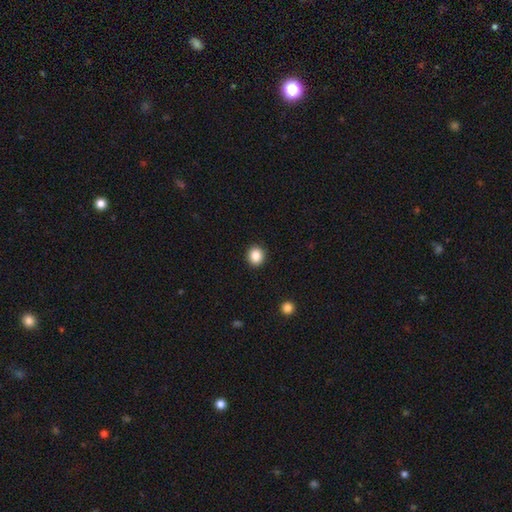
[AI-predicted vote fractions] The model was most divided on "how rounded": round: 82%, in between: 17%, cigar-shaped: 1%. More confident: merging — none (92%); smooth or featured — smooth (86%).